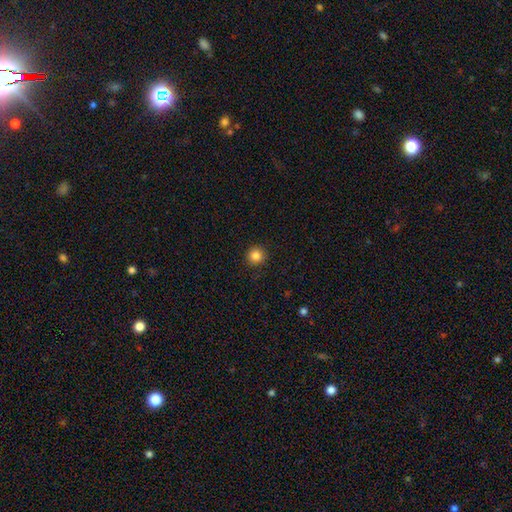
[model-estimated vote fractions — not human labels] smooth_or_featured: smooth (p=0.84) [alt: star or artifact p=0.11]
how_rounded: round (p=0.95) [alt: in between p=0.04]
merging: none (p=0.92) [alt: minor disturbance p=0.05]